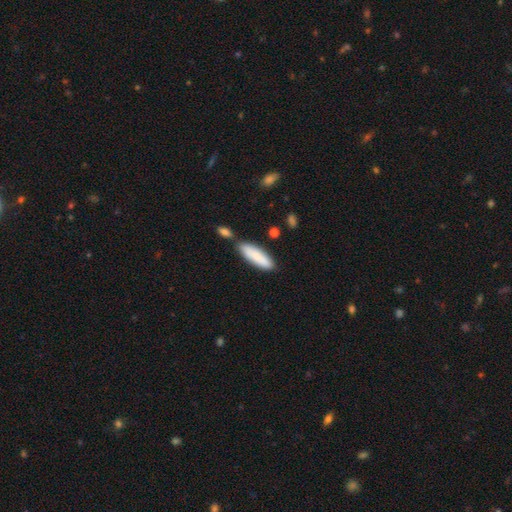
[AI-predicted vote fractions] Smooth or featured? smooth (84%)
How rounded? cigar-shaped (61%)
Merging? none (72%)